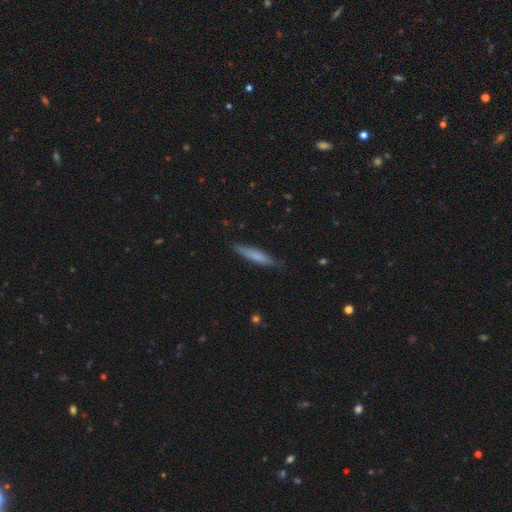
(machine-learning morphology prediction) smooth 67%, featured or disk 27%, star or artifact 6%. Down the decision tree: how rounded — cigar-shaped (89%); merging — none (84%).